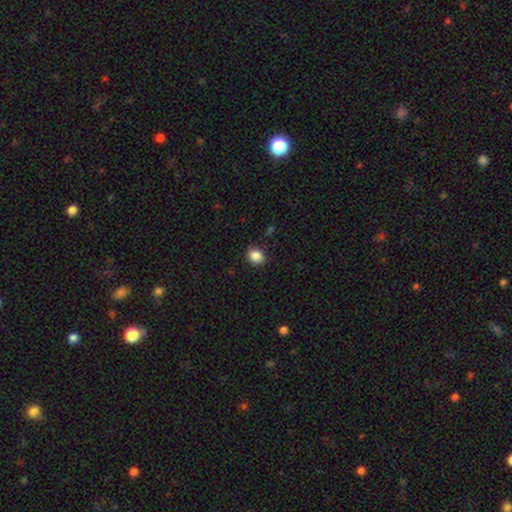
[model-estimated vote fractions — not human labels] Smooth or featured? Predicted: smooth (p=0.87). How rounded? Predicted: round (p=0.53). Merging? Predicted: none (p=0.87).